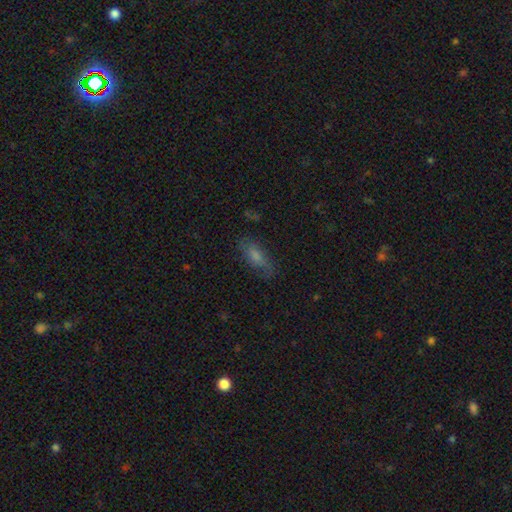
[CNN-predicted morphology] smooth 56%, featured or disk 31%, star or artifact 13%. Down the decision tree: how rounded — in between (68%); merging — none (71%).